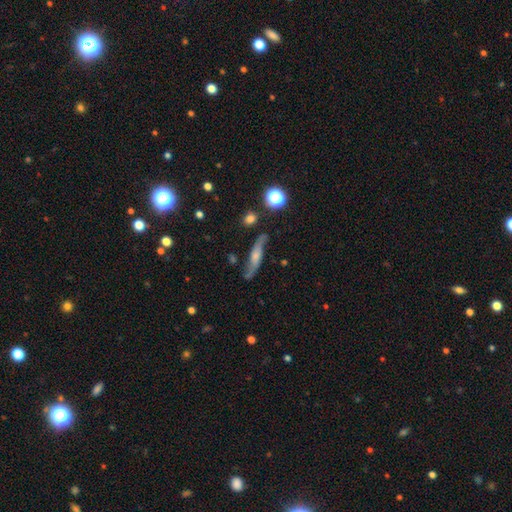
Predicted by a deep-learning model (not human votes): A featured or disk galaxy (62%).

Vote fractions:
- Smooth or featured? featured or disk: 62% / smooth: 28% / star or artifact: 9%
- Edge-on disk? no: 57% / yes: 43%
- Merging? none: 69% / minor disturbance: 20% / major disturbance: 7% / merger: 4%